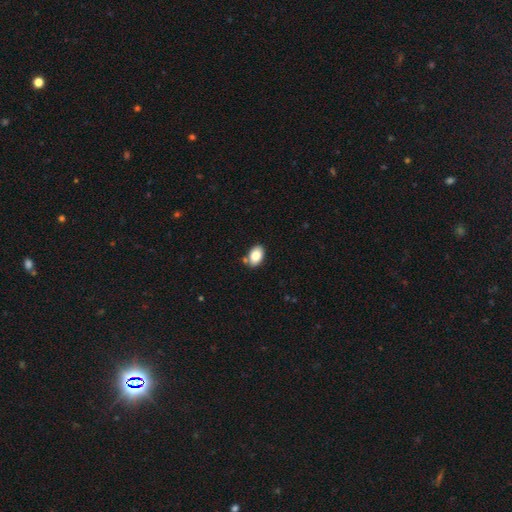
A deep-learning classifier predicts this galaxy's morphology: smooth-or-featured: smooth: 85% | featured or disk: 8% | star or artifact: 8%
  how-rounded: in between: 88% | round: 11% | cigar-shaped: 1%
  merging: none: 77% | minor disturbance: 14% | merger: 7% | major disturbance: 3%